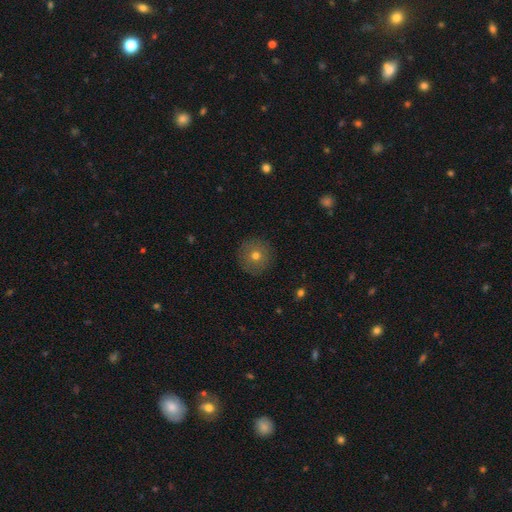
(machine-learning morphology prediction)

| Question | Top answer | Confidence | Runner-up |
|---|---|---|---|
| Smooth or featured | smooth | 68% | featured or disk (20%) |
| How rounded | round | 96% | in between (3%) |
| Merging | none | 91% | minor disturbance (6%) |